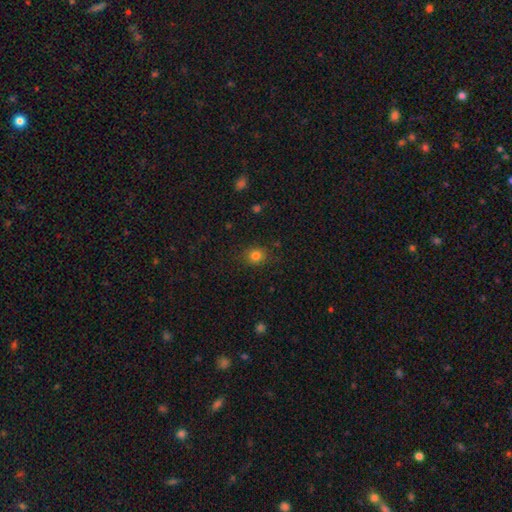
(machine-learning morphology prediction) This appears to be a smooth galaxy with no disk features (81%) that is round (79%). Merging: none (84%).